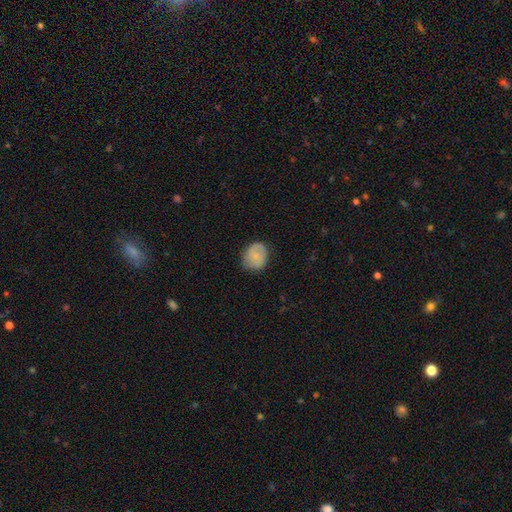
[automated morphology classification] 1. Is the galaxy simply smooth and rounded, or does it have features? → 72% smooth, 21% featured or disk, 7% star or artifact.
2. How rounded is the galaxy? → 59% round, 40% in between, 1% cigar-shaped.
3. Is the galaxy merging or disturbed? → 70% none, 23% minor disturbance, 5% major disturbance, 1% merger.